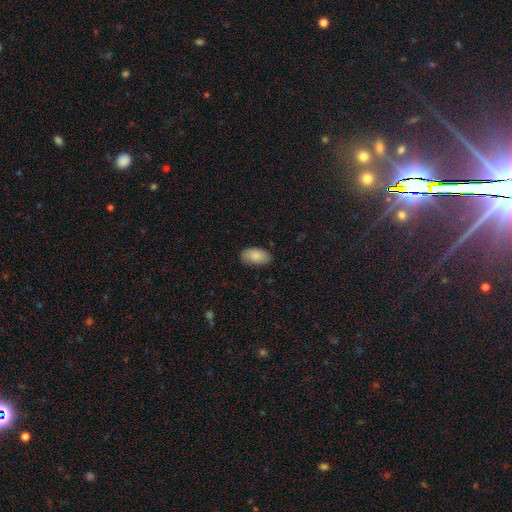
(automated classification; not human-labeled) Q: Smooth or featured?
A: smooth (88%); runner-up: star or artifact (6%)
Q: How rounded?
A: in between (95%); runner-up: round (3%)
Q: Merging?
A: none (84%); runner-up: minor disturbance (13%)